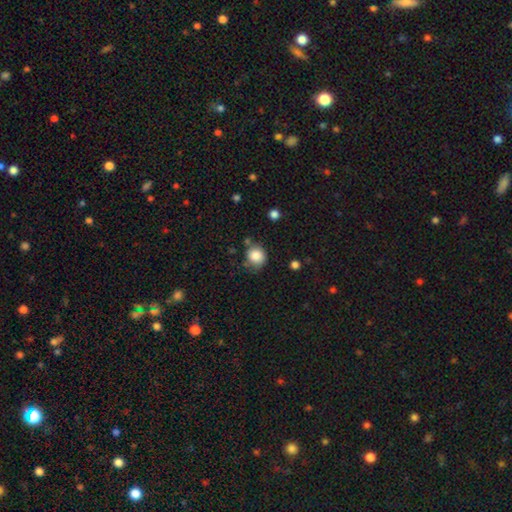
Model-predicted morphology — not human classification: Smooth or featured? smooth (85%)
How rounded? round (82%)
Merging? none (63%)